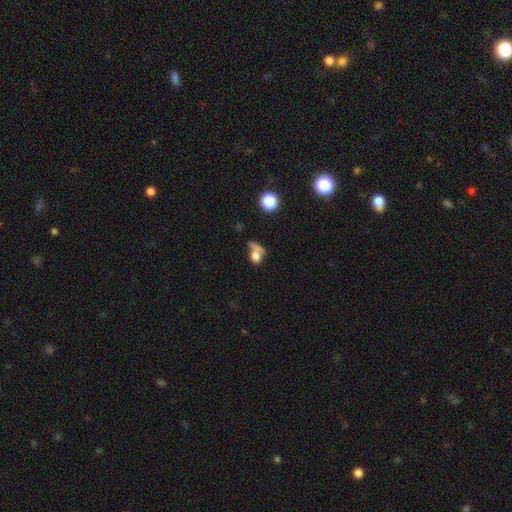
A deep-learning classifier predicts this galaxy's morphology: Smooth or featured?
  - smooth: 70% *
  - featured or disk: 16%
  - star or artifact: 14%
How rounded?
  - round: 51% *
  - in between: 42%
  - cigar-shaped: 6%
Merging?
  - merger: 36% *
  - none: 34%
  - major disturbance: 17%
  - minor disturbance: 13%